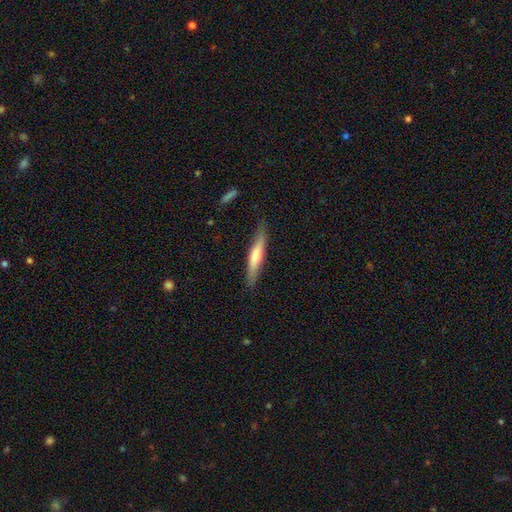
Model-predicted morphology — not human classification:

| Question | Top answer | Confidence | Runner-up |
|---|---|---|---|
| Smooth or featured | smooth | 62% | featured or disk (33%) |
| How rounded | cigar-shaped | 91% | in between (8%) |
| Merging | none | 83% | minor disturbance (13%) |